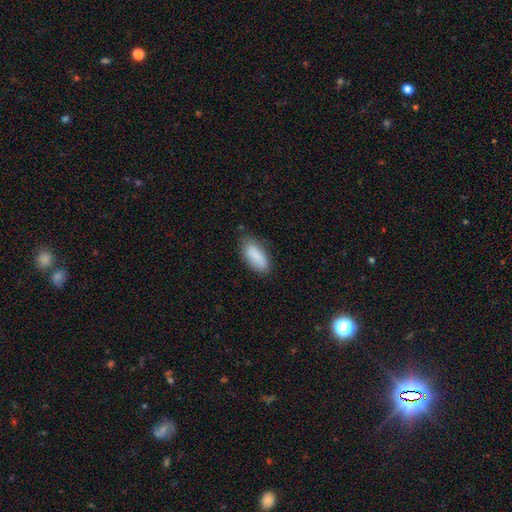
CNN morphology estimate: The model was most divided on "merging": none: 72%, minor disturbance: 22%, major disturbance: 4%, merger: 2%. More confident: smooth or featured — smooth (87%); how rounded — in between (86%).